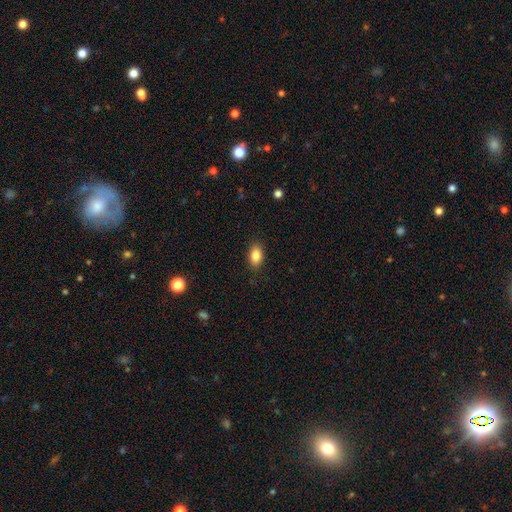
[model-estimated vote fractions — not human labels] The model was most divided on "merging": none: 87%, minor disturbance: 10%, major disturbance: 2%, merger: 1%. More confident: how rounded — in between (88%); smooth or featured — smooth (86%).